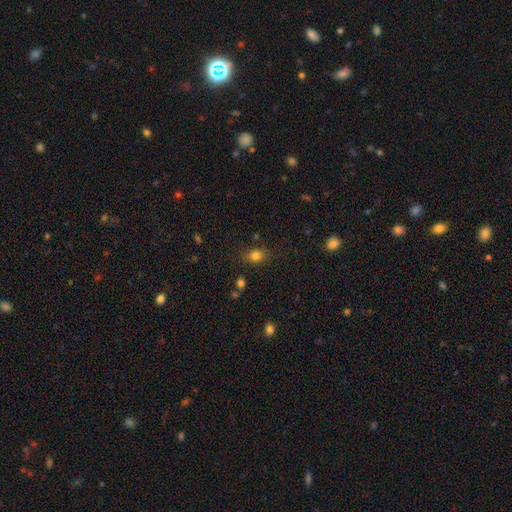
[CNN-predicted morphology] Smooth or featured: smooth — 80% (star or artifact — 12%)
How rounded: in between — 64% (round — 34%)
Merging: none — 80% (minor disturbance — 13%)